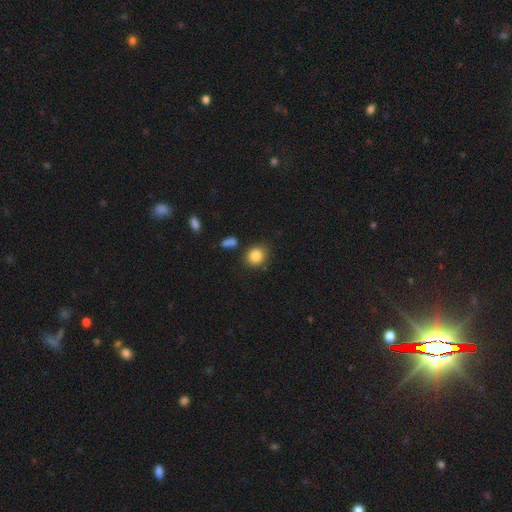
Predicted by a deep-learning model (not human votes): The model was most divided on "how rounded": round: 73%, in between: 26%, cigar-shaped: 1%. More confident: smooth or featured — smooth (85%); merging — none (80%).